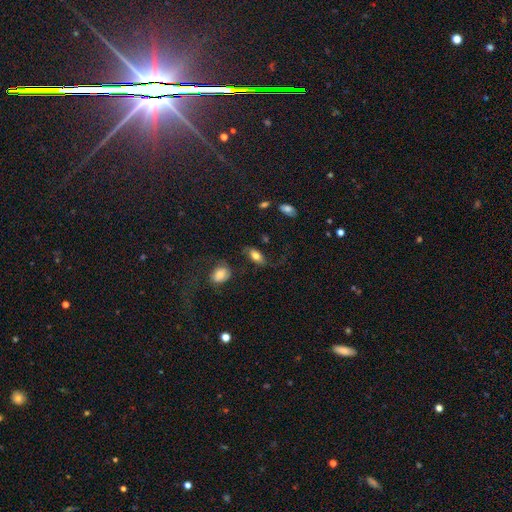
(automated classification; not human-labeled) Overall: smooth (64%; featured or disk 28%). How rounded: in between (86%). Merging: none (60%).